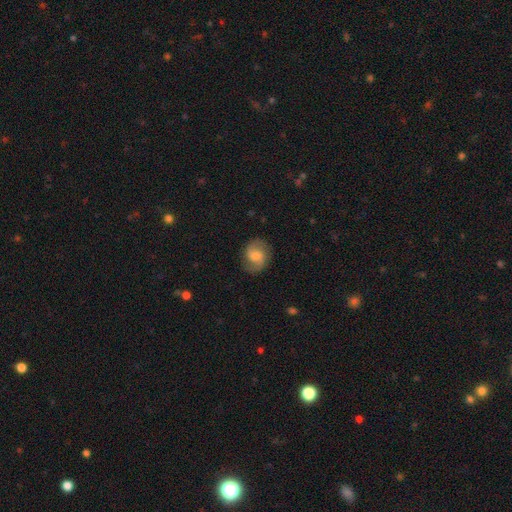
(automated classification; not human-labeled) Smooth or featured? featured or disk (66%)
Edge-on disk? no (98%)
Bar? weak (47%)
Spiral arms? yes (94%)
Spiral winding? medium (51%)
Spiral arm count? 2 (89%)
Bulge size? moderate (43%)
Merging? none (79%)